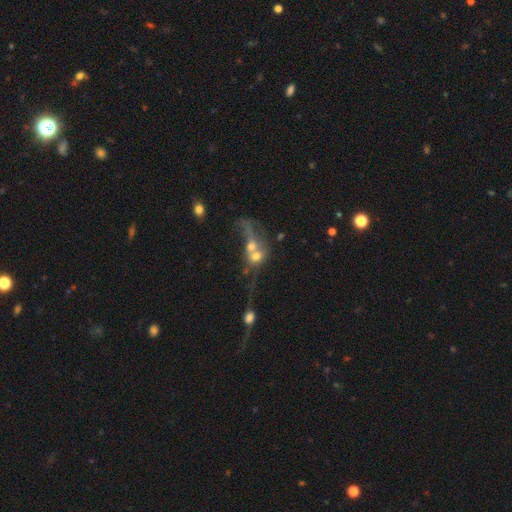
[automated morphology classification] Q: Smooth or featured?
A: smooth (48%); runner-up: featured or disk (39%)
Q: Merging?
A: merger (72%); runner-up: major disturbance (14%)